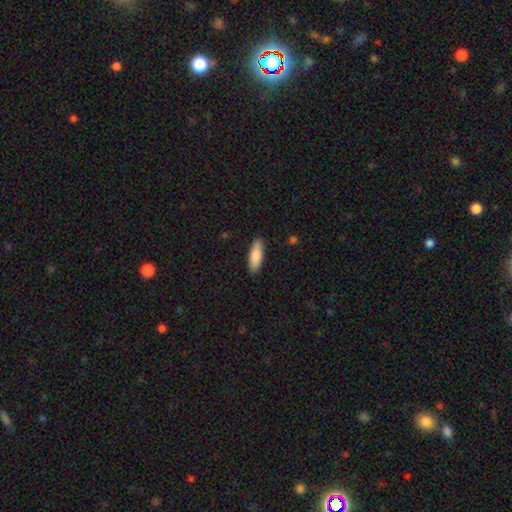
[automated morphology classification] A smooth galaxy with no disk features (86%) that is in between round and cigar-shaped (62%).

Vote fractions:
- Smooth or featured? smooth: 86% / featured or disk: 9% / star or artifact: 5%
- How rounded? in between: 62% / cigar-shaped: 37% / round: 2%
- Merging? none: 88% / minor disturbance: 9% / major disturbance: 2% / merger: 1%